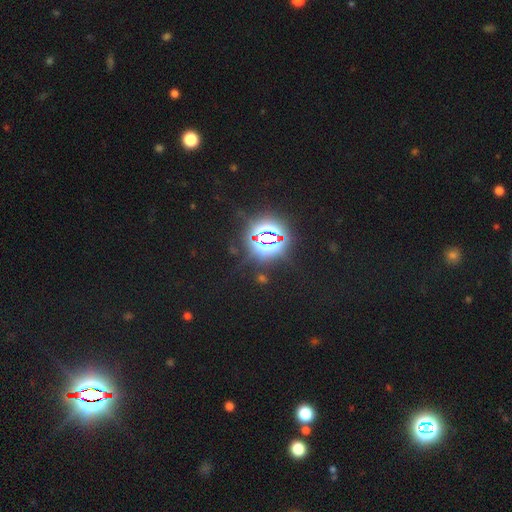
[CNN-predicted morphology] A star or artifact, not a galaxy (80%).

Vote fractions:
- Smooth or featured? star or artifact: 80% / smooth: 13% / featured or disk: 6%